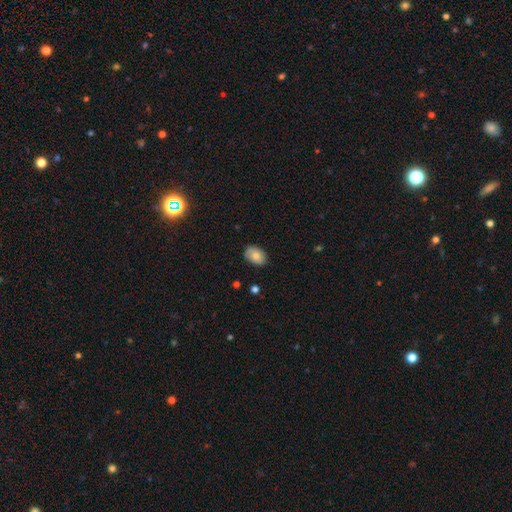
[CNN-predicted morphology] smooth-or-featured: smooth: 74% | featured or disk: 18% | star or artifact: 8%
  how-rounded: in between: 83% | round: 16% | cigar-shaped: 1%
  merging: none: 77% | minor disturbance: 18% | major disturbance: 3% | merger: 1%